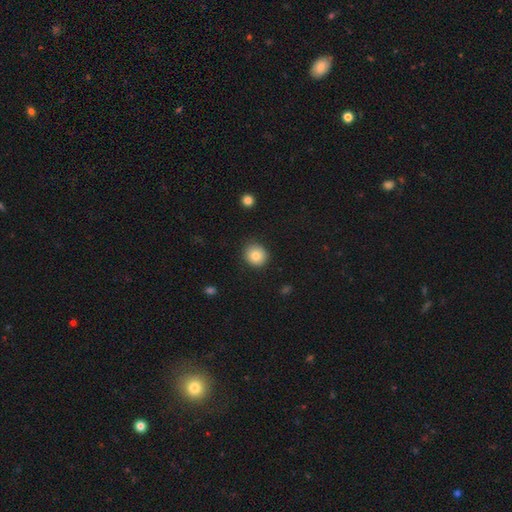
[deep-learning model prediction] Smooth or featured?
  - smooth: 81% *
  - featured or disk: 10%
  - star or artifact: 9%
How rounded?
  - round: 87% *
  - in between: 13%
  - cigar-shaped: 1%
Merging?
  - none: 88% *
  - minor disturbance: 9%
  - major disturbance: 2%
  - merger: 1%